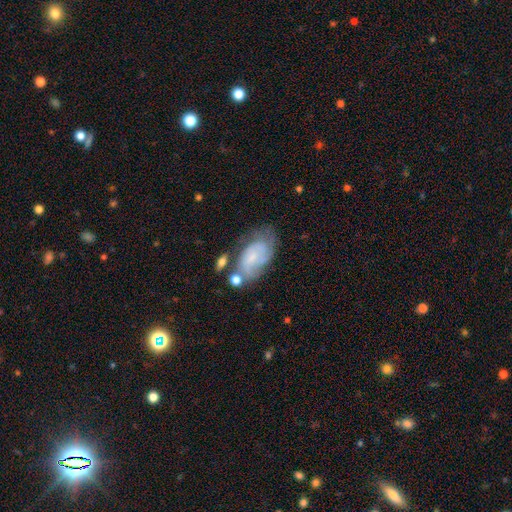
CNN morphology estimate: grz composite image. It shows a featured or disk galaxy (61%) with no bar (63%), spiral arms (85%) and a small central bulge (61%). Merging: none (61%).